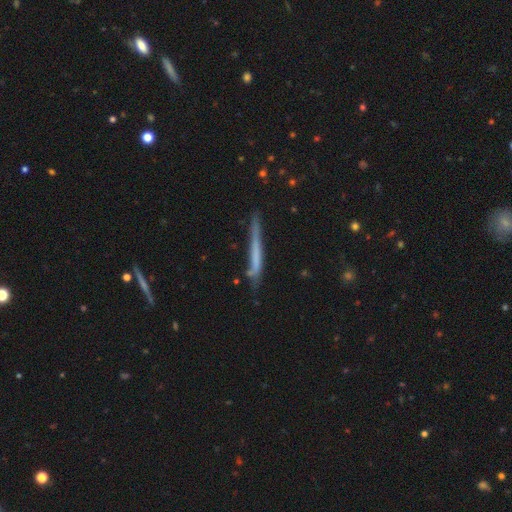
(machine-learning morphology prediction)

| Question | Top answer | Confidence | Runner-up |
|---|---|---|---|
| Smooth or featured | smooth | 50% | featured or disk (43%) |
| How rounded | cigar-shaped | 96% | in between (3%) |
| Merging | none | 66% | minor disturbance (25%) |